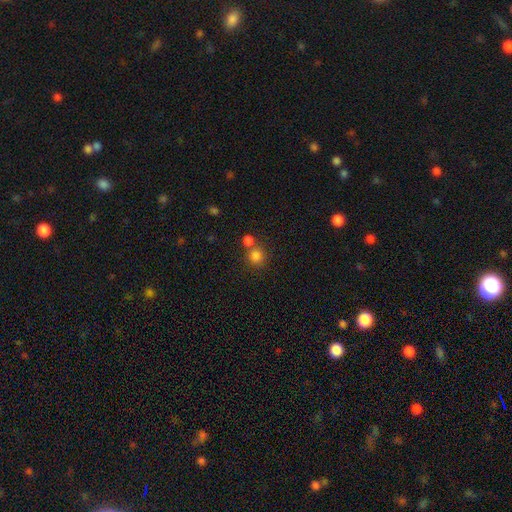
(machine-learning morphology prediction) smooth-or-featured: smooth: 81% | star or artifact: 13% | featured or disk: 6%
  how-rounded: round: 89% | in between: 10% | cigar-shaped: 1%
  merging: none: 61% | merger: 28% | minor disturbance: 8% | major disturbance: 3%